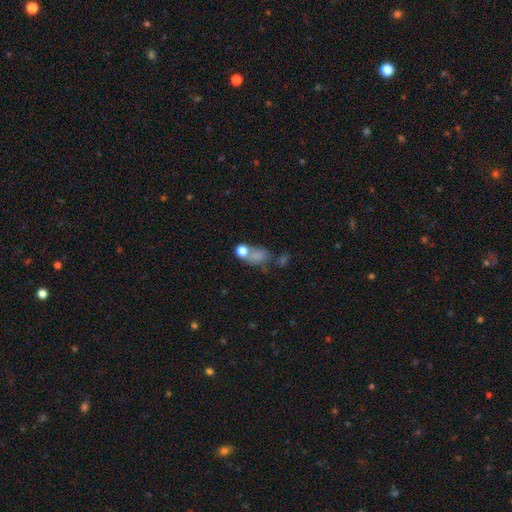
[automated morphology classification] smooth_or_featured: smooth (p=0.67) [alt: featured or disk p=0.17]
how_rounded: in between (p=0.67) [alt: round p=0.30]
merging: merger (p=0.36) [alt: none p=0.30]